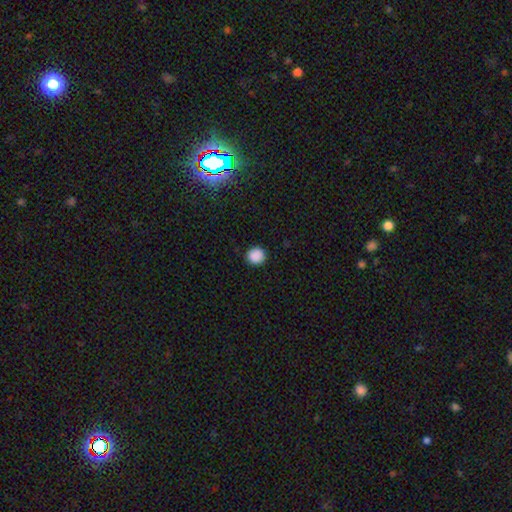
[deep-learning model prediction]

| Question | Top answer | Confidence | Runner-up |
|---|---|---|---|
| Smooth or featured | smooth | 89% | star or artifact (9%) |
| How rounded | round | 93% | in between (6%) |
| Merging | none | 92% | minor disturbance (5%) |